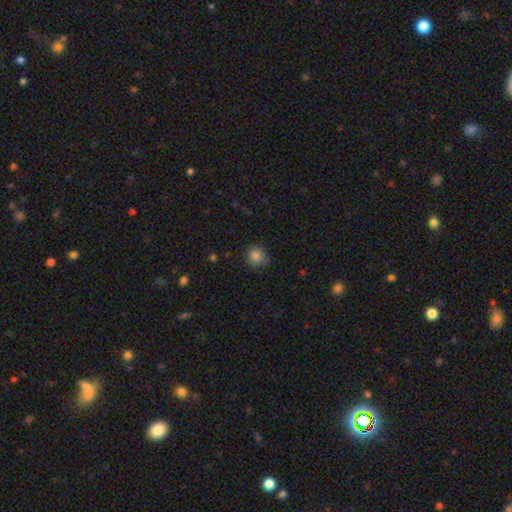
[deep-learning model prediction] This is clearly a smooth galaxy (85%). How rounded: clearly round (89%). Merging: likely none (77%).